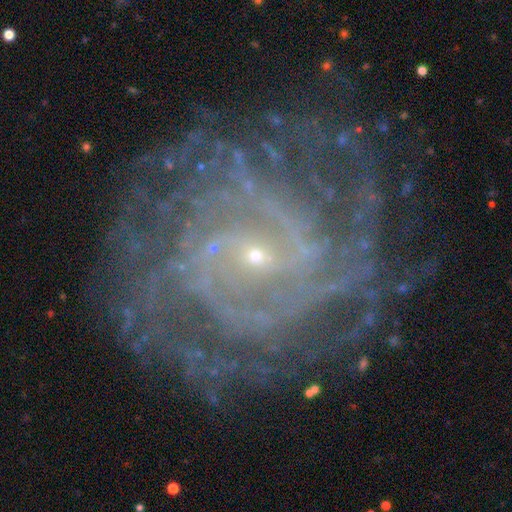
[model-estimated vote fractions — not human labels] smooth-or-featured: featured or disk: 90% | star or artifact: 7% | smooth: 4%
  disk-edge-on: no: 98% | yes: 2%
    bar: no: 44% | weak: 37% | strong: 19%
    has-spiral-arms: yes: 98% | no: 2%
      spiral-winding: tight: 65% | medium: 28% | loose: 6%
      spiral-arm-count: can't tell: 22% | more than 4: 20% | 2: 18% | 4: 17% | 3: 14% | 1: 10%
    bulge-size: small: 87% | moderate: 8% | none: 3% | large: 1% | dominant: 1%
  merging: none: 73% | minor disturbance: 15% | major disturbance: 10% | merger: 2%